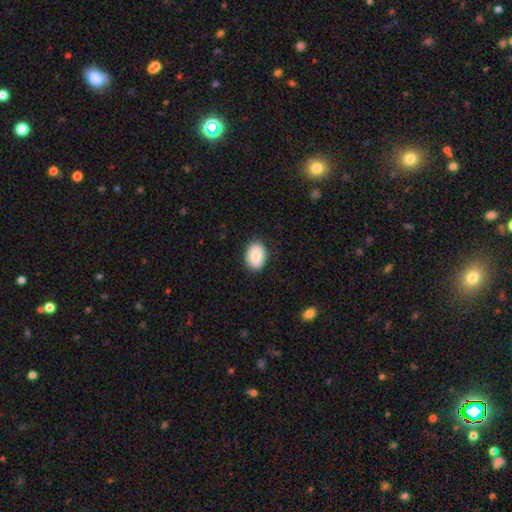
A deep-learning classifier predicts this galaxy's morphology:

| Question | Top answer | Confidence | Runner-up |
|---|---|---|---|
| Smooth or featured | smooth | 86% | featured or disk (8%) |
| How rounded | in between | 82% | round (17%) |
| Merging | none | 85% | minor disturbance (12%) |